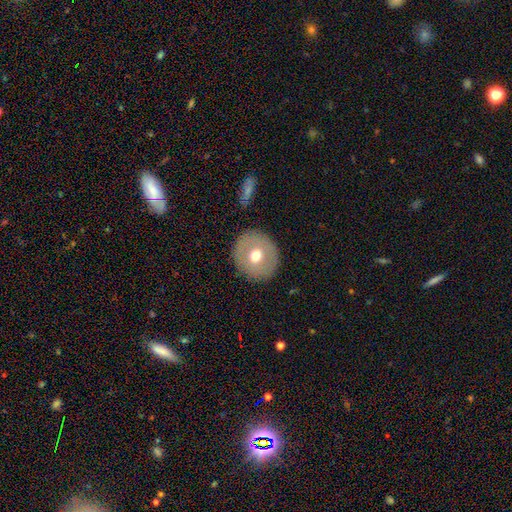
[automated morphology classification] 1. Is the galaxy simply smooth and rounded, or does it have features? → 59% smooth, 33% featured or disk, 8% star or artifact.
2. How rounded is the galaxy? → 84% round, 15% in between, 1% cigar-shaped.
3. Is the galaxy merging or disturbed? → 87% none, 8% minor disturbance, 3% major disturbance, 2% merger.